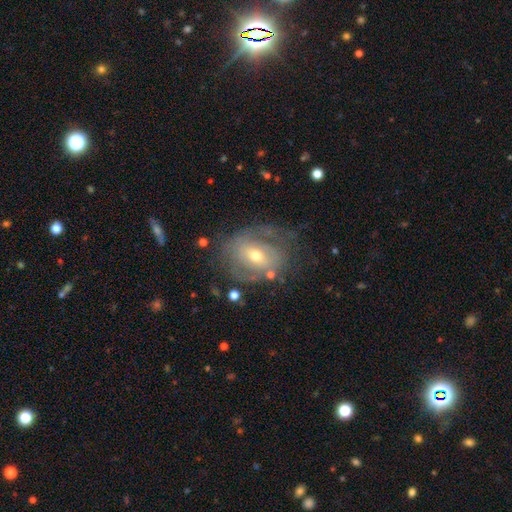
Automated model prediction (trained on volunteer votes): Smooth or featured? featured or disk (69%)
Edge-on disk? no (95%)
Bar? weak (41%)
Spiral arms? yes (67%)
Bulge size? moderate (57%)
Merging? none (62%)